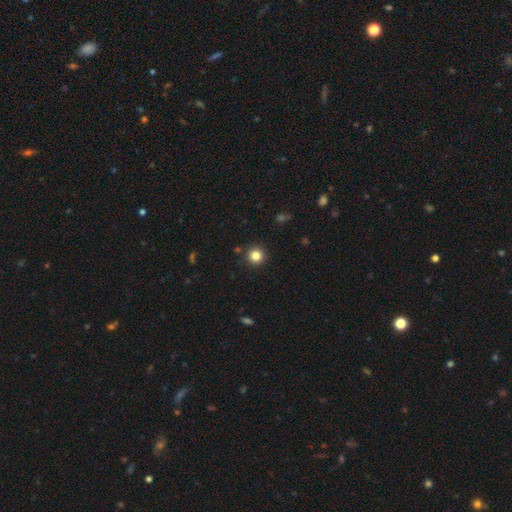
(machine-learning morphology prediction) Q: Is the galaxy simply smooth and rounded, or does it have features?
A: smooth — 82%.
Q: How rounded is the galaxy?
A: round — 95%.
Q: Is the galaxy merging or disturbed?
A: none — 92%.